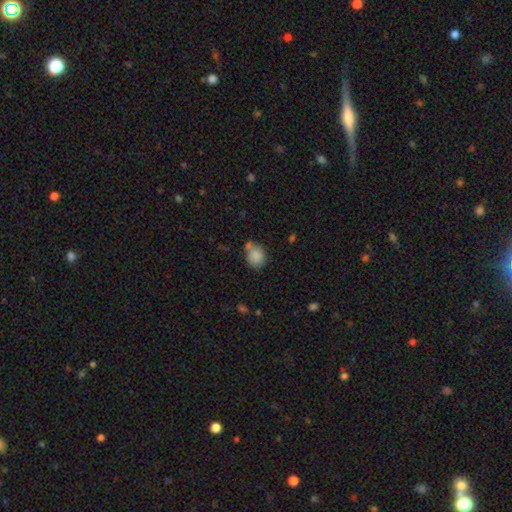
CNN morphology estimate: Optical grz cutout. It shows a smooth galaxy with no disk features (85%) that is round (59%). Merging: none (54%).